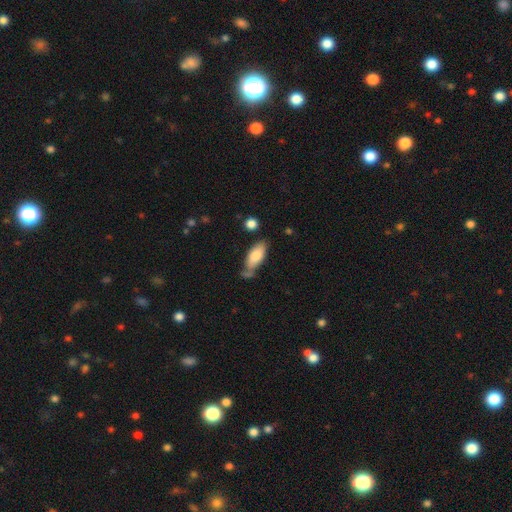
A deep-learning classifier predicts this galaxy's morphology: A smooth galaxy with no disk features (79%) that is in between round and cigar-shaped (83%). Merging: none (54%).